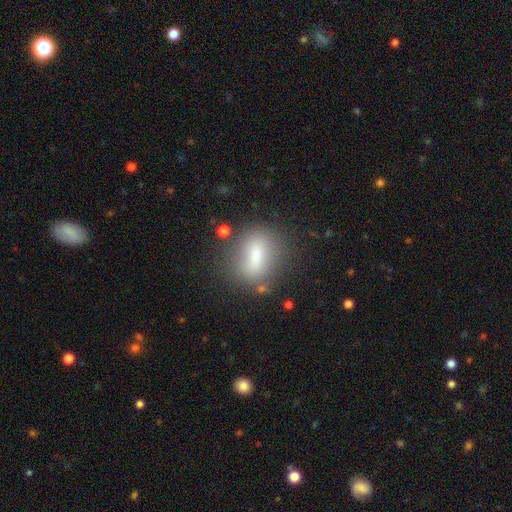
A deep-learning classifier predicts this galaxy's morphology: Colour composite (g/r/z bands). It shows a smooth galaxy with no disk features (72%) that is in between round and cigar-shaped (63%). Merging: none (72%).